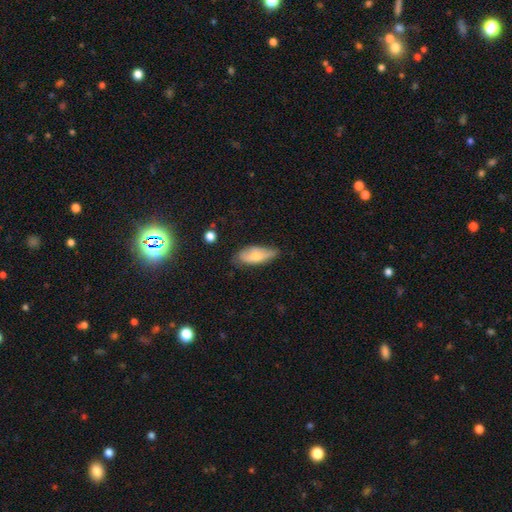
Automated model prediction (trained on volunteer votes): A smooth galaxy with no disk features (60%) that is in between round and cigar-shaped (78%).

Vote fractions:
- Smooth or featured? smooth: 60% / featured or disk: 33% / star or artifact: 7%
- How rounded? in between: 78% / cigar-shaped: 20% / round: 3%
- Merging? none: 62% / minor disturbance: 30% / major disturbance: 5% / merger: 2%